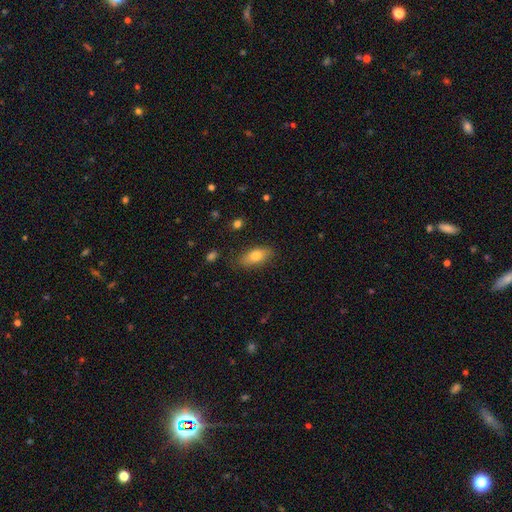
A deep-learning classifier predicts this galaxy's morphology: Overall: smooth (78%). How rounded: in between (86%). Merging: none (81%).